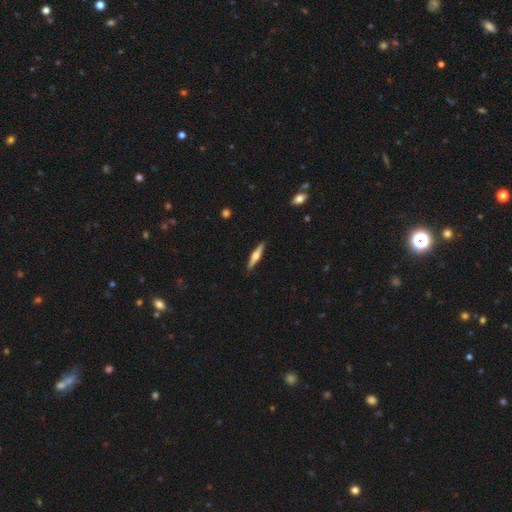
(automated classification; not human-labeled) A featured or disk galaxy (61%) viewed edge-on (97%) with a rounded central bulge (88%). Merging: none (91%).